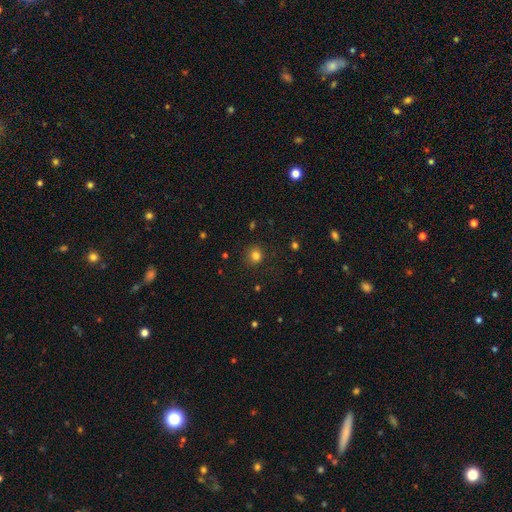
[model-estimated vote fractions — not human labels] Smooth or featured: smooth — 81% (star or artifact — 14%)
How rounded: round — 85% (in between — 15%)
Merging: none — 84% (minor disturbance — 11%)